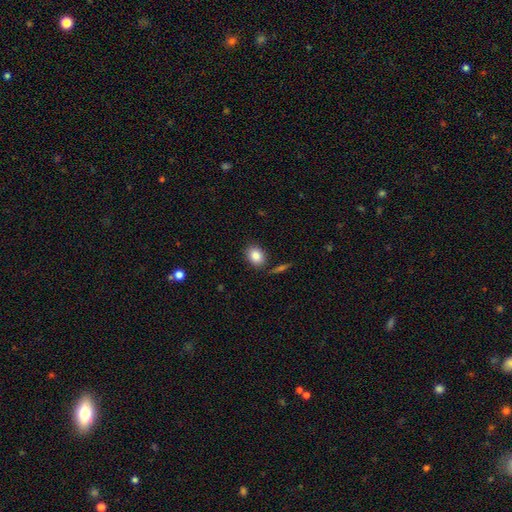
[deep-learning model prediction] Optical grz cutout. It shows a smooth galaxy with no disk features (85%) that is in between round and cigar-shaped (60%). Merging: none (82%).